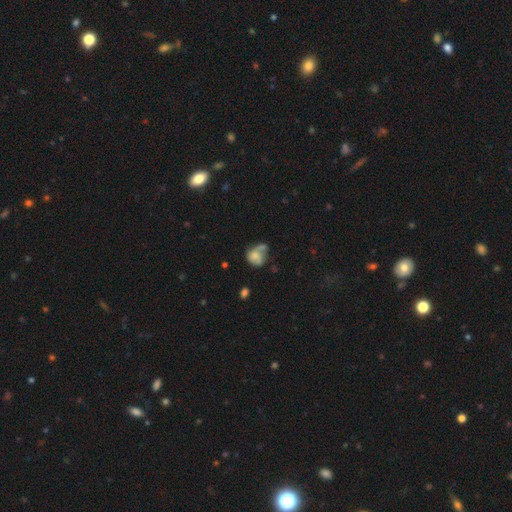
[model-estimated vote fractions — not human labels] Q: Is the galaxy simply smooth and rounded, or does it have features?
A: smooth — 52%.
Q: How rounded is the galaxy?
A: round — 55%.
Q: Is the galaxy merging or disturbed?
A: none — 28%.